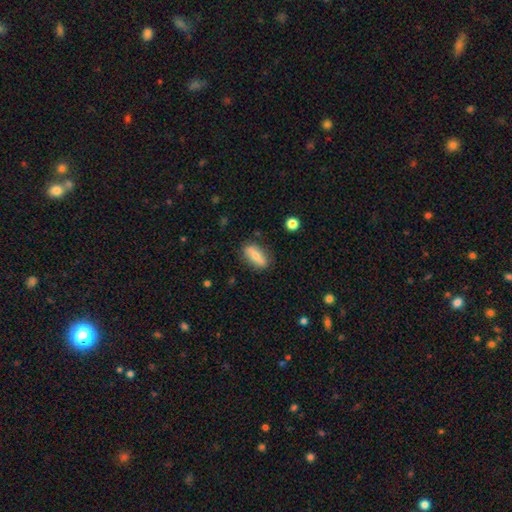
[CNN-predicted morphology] Smooth or featured?
  - smooth: 61% *
  - featured or disk: 33%
  - star or artifact: 7%
How rounded?
  - in between: 63% *
  - cigar-shaped: 32%
  - round: 4%
Merging?
  - none: 83% *
  - minor disturbance: 12%
  - major disturbance: 3%
  - merger: 2%